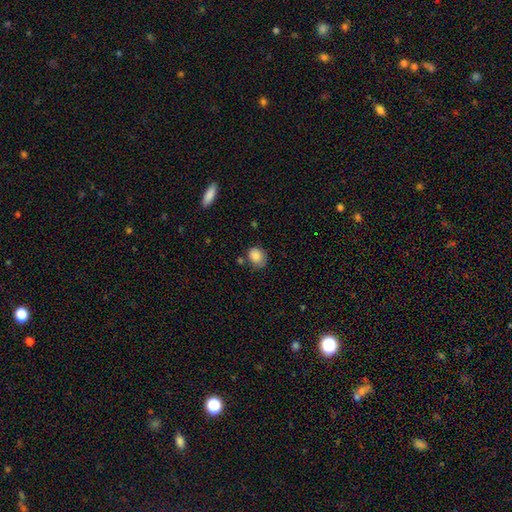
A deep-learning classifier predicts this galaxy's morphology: Overall: smooth (85%). How rounded: round (50%; in between 49%). Merging: none (61%; minor disturbance 26%).